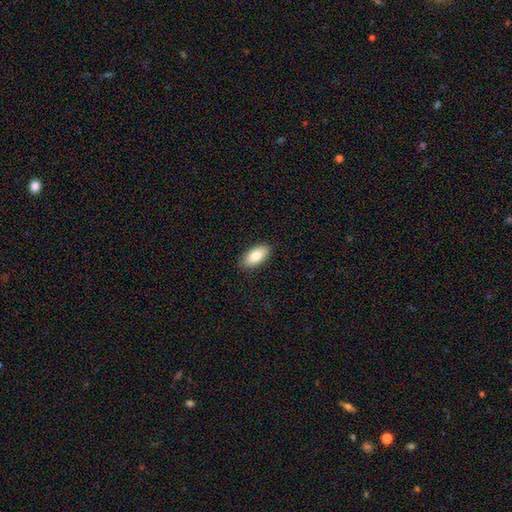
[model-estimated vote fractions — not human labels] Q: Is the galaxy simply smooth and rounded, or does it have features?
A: smooth — 82%.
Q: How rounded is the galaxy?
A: in between — 92%.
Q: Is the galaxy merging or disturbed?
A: none — 88%.